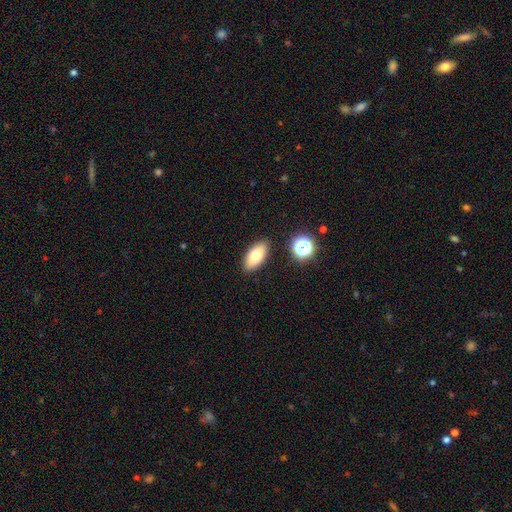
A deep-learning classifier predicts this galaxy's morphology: Smooth or featured? smooth (73%)
How rounded? in between (89%)
Merging? none (88%)